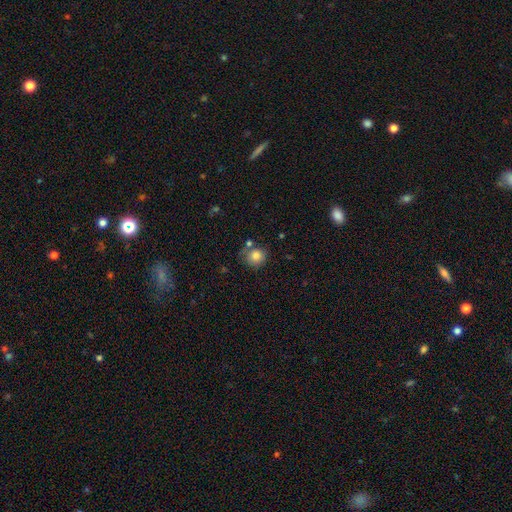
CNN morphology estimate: type=smooth (81%); roundness=round (88%); merging=none (65%).